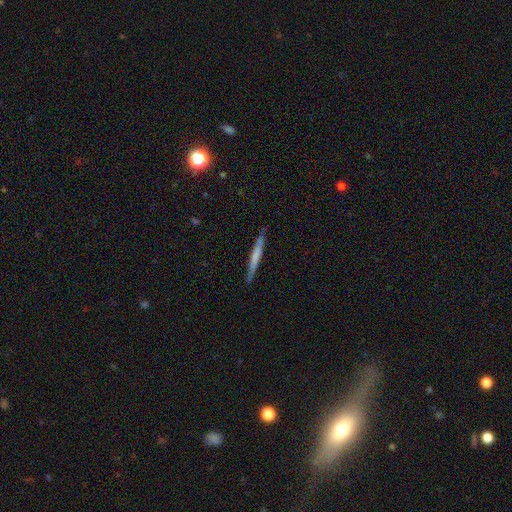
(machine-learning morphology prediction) type=smooth (50%); merging=none (86%).